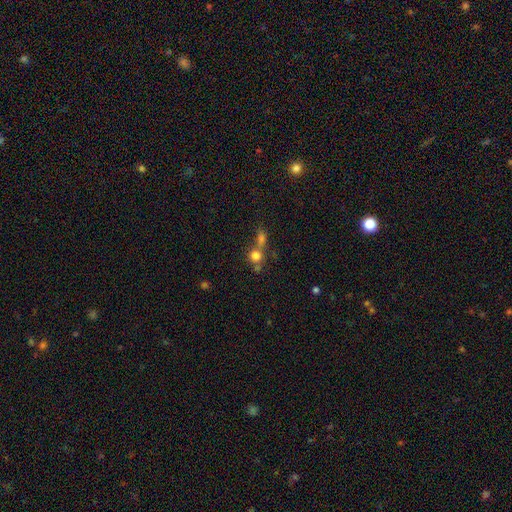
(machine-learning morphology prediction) Overall: smooth (74%). How rounded: round (86%). Merging: merger (46%; none 42%).